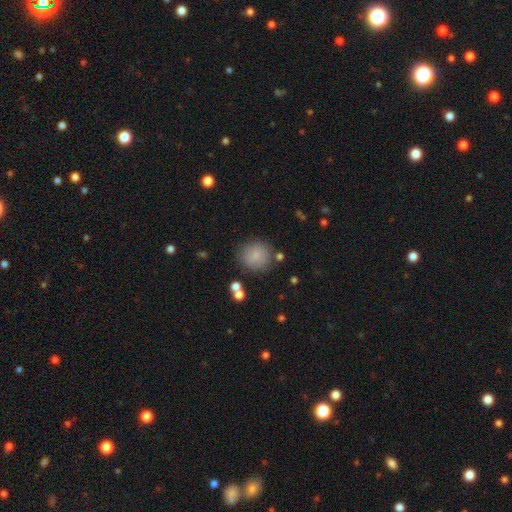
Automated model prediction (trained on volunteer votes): Morphology: type=smooth (79%); roundness=round (89%); merging=none (81%).